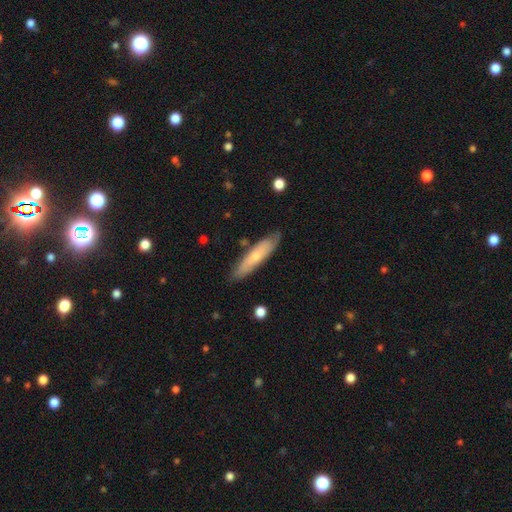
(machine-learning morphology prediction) A smooth galaxy with no disk features (60%) that is cigar-shaped (79%).

Vote fractions:
- Smooth or featured? smooth: 60% / featured or disk: 34% / star or artifact: 6%
- How rounded? cigar-shaped: 79% / in between: 19% / round: 2%
- Merging? none: 81% / minor disturbance: 14% / major disturbance: 3% / merger: 2%